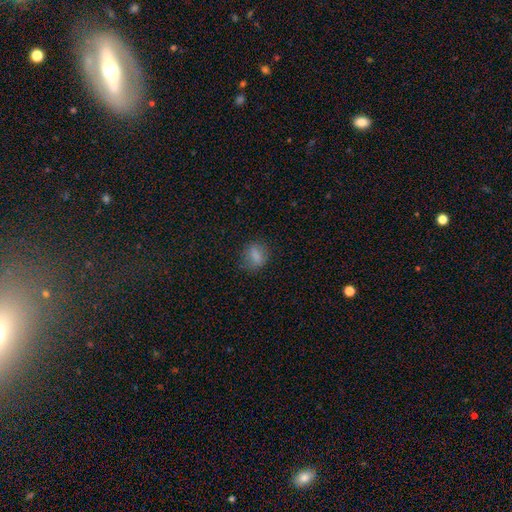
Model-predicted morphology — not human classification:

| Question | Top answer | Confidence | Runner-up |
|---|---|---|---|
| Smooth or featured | smooth | 78% | featured or disk (11%) |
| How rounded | round | 51% | in between (46%) |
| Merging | none | 78% | minor disturbance (16%) |